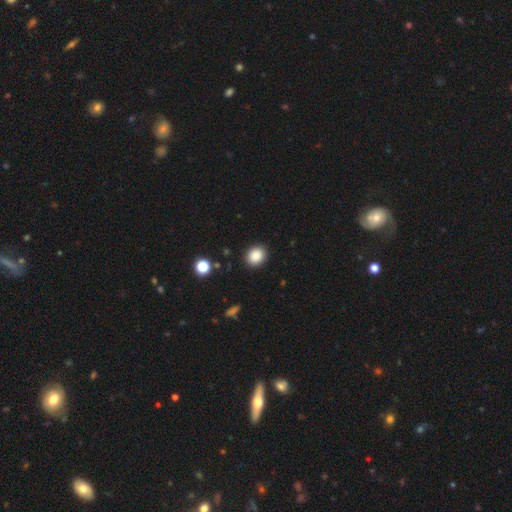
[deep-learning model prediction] Overall: smooth (87%). How rounded: round (66%; in between 33%). Merging: none (89%).